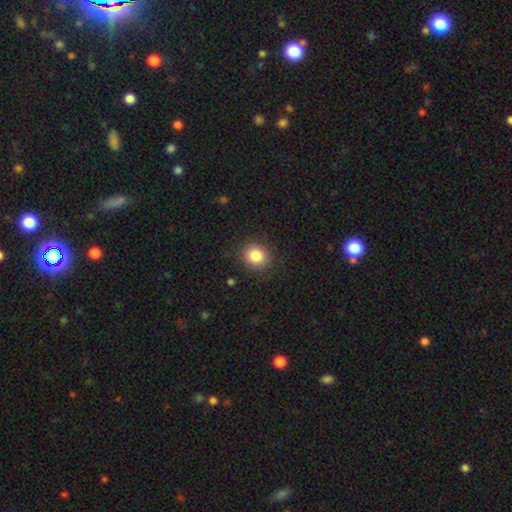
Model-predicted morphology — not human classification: Q: Smooth or featured?
A: smooth (85%); runner-up: star or artifact (10%)
Q: How rounded?
A: round (78%); runner-up: in between (21%)
Q: Merging?
A: none (89%); runner-up: minor disturbance (8%)